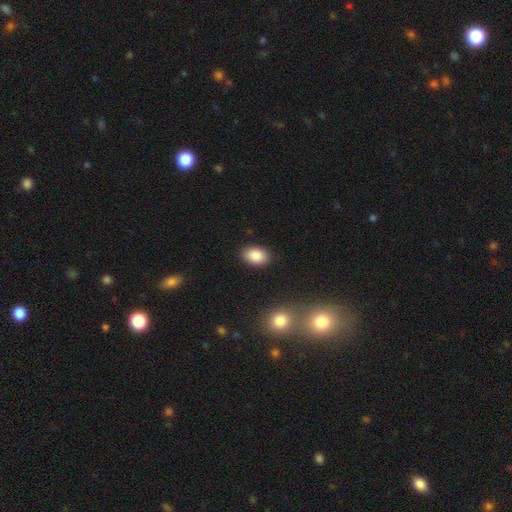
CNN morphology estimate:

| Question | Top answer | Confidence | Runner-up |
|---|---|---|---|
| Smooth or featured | smooth | 88% | star or artifact (8%) |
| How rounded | in between | 83% | round (16%) |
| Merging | none | 88% | minor disturbance (8%) |